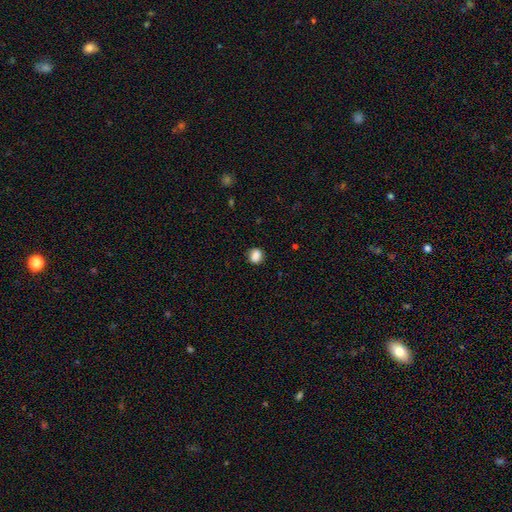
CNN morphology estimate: This is clearly a smooth galaxy (86%). How rounded: likely round (64%). Merging: clearly none (82%).